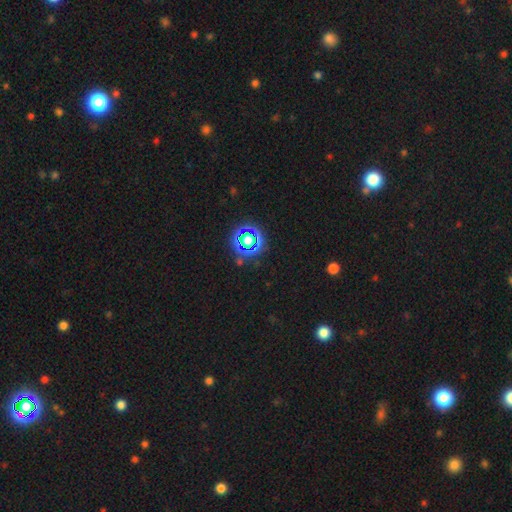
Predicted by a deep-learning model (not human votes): smooth-or-featured: star or artifact: 71% | smooth: 22% | featured or disk: 8%